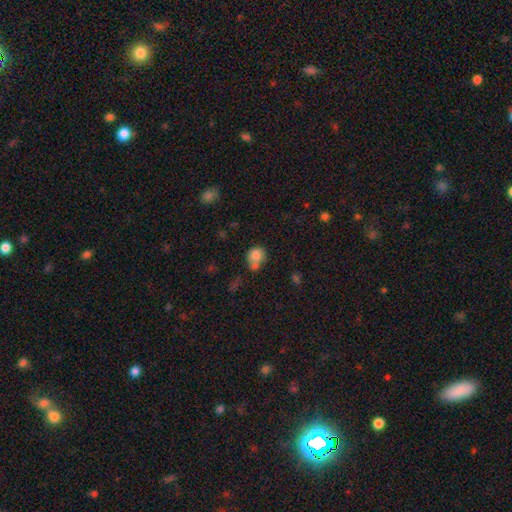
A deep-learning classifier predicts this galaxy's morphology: A smooth galaxy with no disk features (80%) that is round (68%). Merging: none (38%).